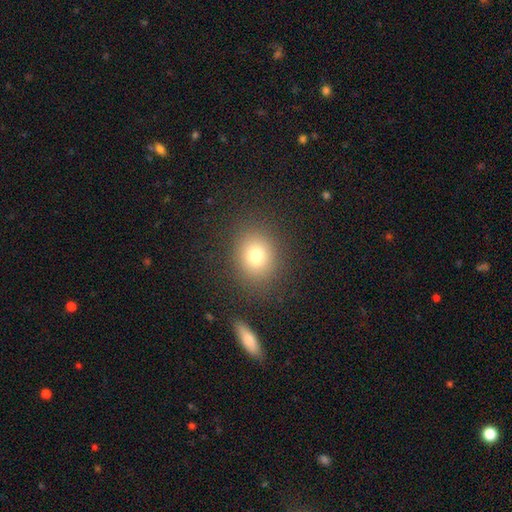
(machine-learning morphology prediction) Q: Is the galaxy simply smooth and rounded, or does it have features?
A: smooth — 77%.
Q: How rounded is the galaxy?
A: round — 65%.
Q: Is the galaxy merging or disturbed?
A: none — 85%.